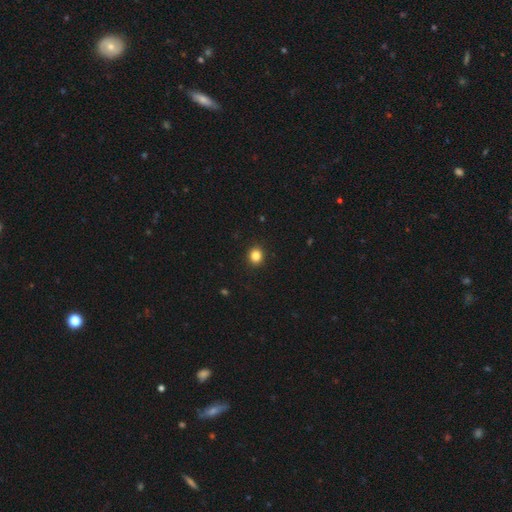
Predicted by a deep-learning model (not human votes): This is clearly a smooth galaxy (84%). How rounded: clearly round (84%). Merging: clearly none (92%).